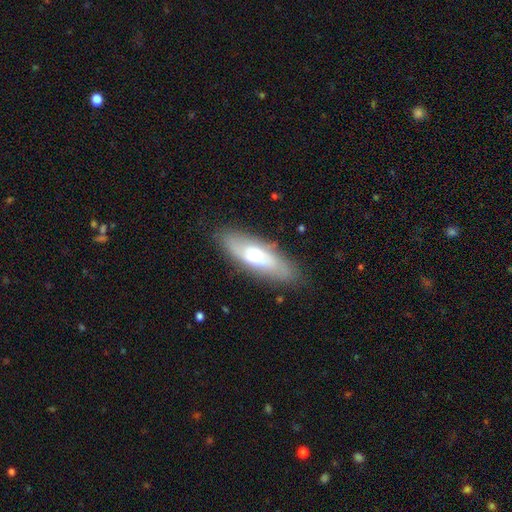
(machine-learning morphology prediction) The model was most divided on "smooth or featured": featured or disk: 49%, smooth: 44%, star or artifact: 7%. More confident: merging — none (81%).